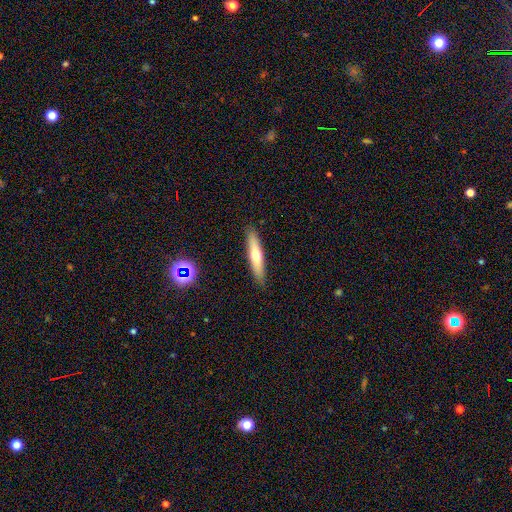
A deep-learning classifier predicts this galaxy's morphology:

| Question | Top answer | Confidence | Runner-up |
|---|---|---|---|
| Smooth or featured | smooth | 54% | featured or disk (39%) |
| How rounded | cigar-shaped | 84% | in between (14%) |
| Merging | none | 89% | minor disturbance (8%) |